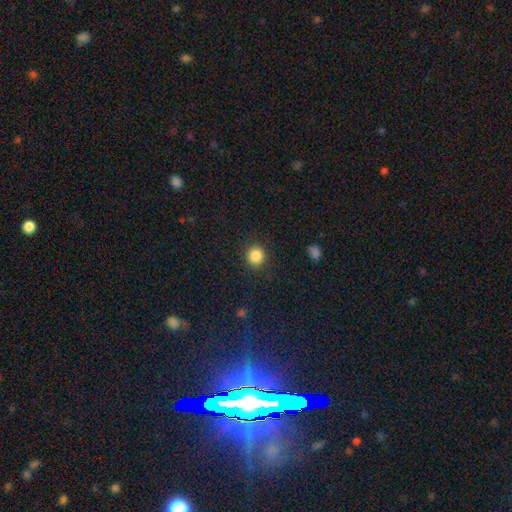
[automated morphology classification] Smooth or featured: smooth — 86% (star or artifact — 11%)
How rounded: round — 91% (in between — 8%)
Merging: none — 89% (minor disturbance — 7%)